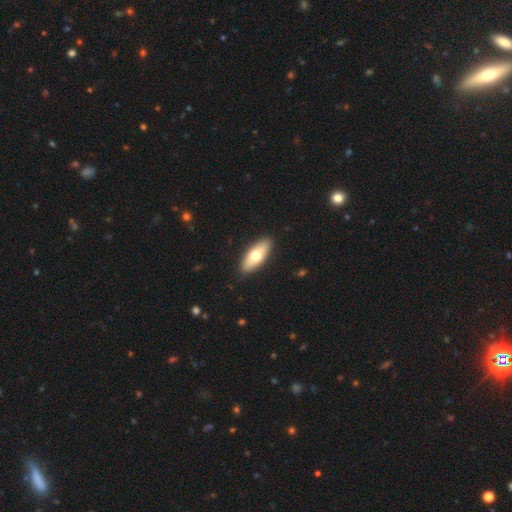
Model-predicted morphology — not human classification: A smooth galaxy with no disk features (64%) that is in between round and cigar-shaped (75%).

Vote fractions:
- Smooth or featured? smooth: 64% / featured or disk: 30% / star or artifact: 5%
- How rounded? in between: 75% / cigar-shaped: 22% / round: 3%
- Merging? none: 90% / minor disturbance: 8% / major disturbance: 2% / merger: 1%